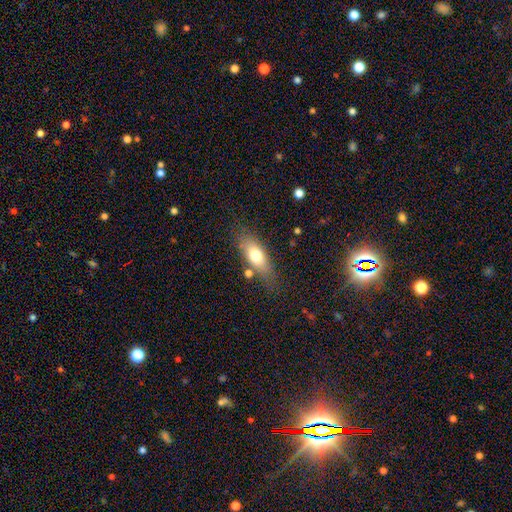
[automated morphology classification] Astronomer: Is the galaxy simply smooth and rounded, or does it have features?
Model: smooth — 69%.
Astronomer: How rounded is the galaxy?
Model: in between — 72%.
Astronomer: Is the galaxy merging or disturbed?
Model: none — 71%.